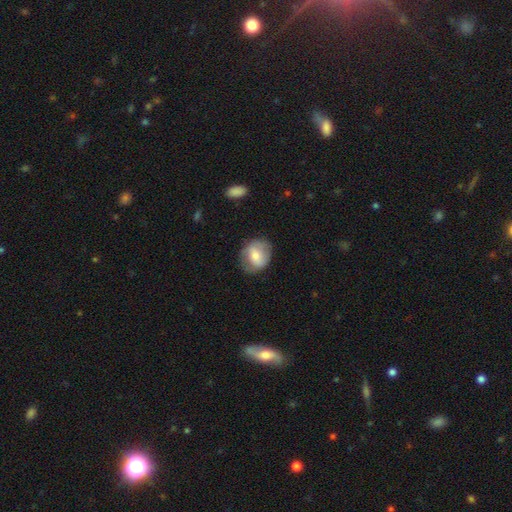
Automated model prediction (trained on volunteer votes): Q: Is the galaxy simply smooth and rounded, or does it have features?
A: smooth — 61%.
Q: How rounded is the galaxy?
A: round — 62%.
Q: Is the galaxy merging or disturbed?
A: none — 76%.